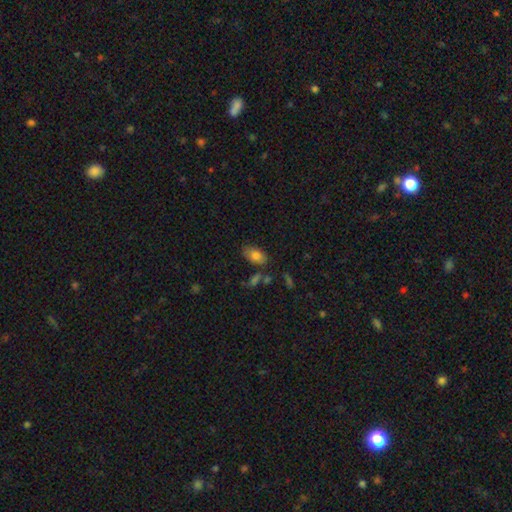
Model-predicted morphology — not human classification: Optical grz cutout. It shows a smooth galaxy with no disk features (82%) that is in between round and cigar-shaped (91%). Merging: none (69%).